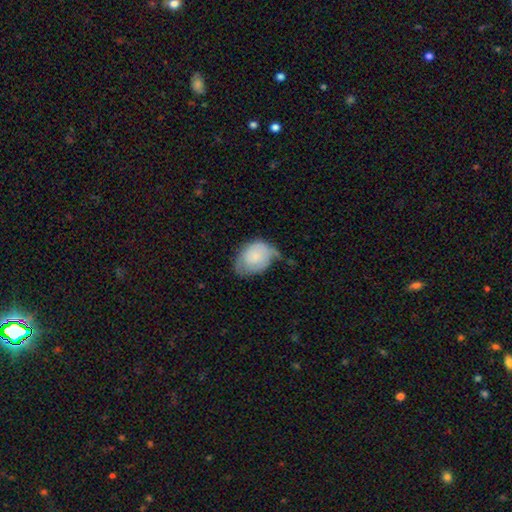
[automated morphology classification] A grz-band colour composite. It shows a smooth galaxy with no disk features (69%) that is in between round and cigar-shaped (76%). Merging: minor disturbance (44%).